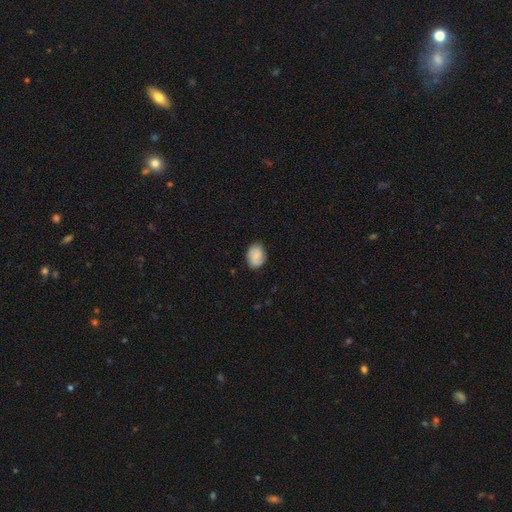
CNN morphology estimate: Smooth or featured? Predicted: smooth (p=0.72). How rounded? Predicted: in between (p=0.60). Merging? Predicted: none (p=0.81).